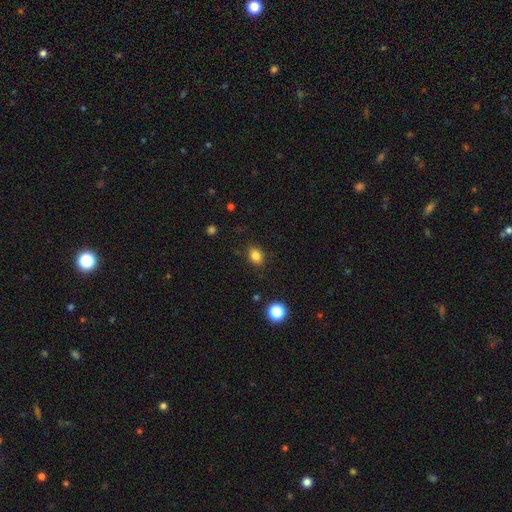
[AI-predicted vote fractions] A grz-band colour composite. It shows a smooth galaxy with no disk features (83%) that is in between round and cigar-shaped (62%). Merging: none (87%).